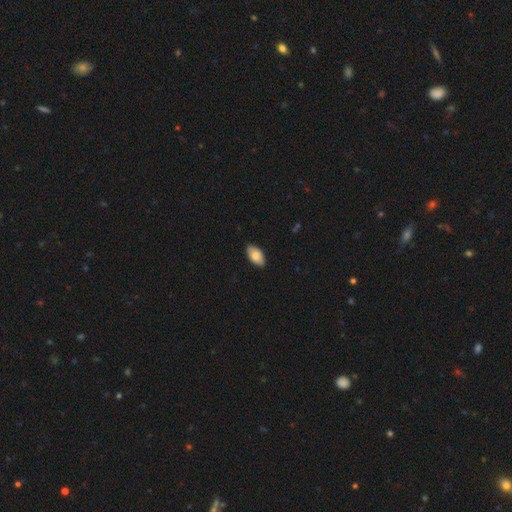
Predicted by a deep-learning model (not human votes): This appears to be a smooth galaxy with no disk features (81%) that is in between round and cigar-shaped (95%). Merging: none (87%).